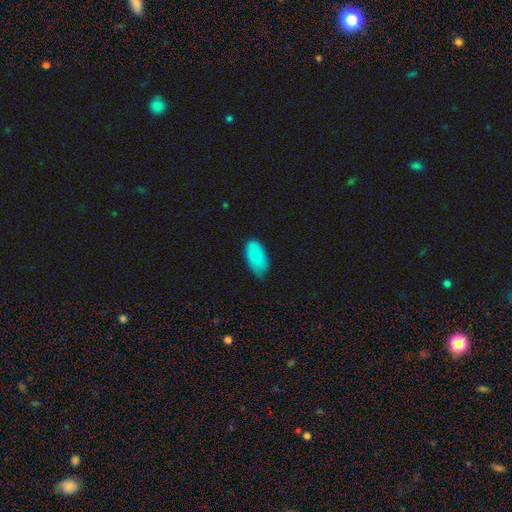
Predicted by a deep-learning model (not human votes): Q: Smooth or featured?
A: smooth (87%); runner-up: featured or disk (7%)
Q: How rounded?
A: in between (94%); runner-up: cigar-shaped (3%)
Q: Merging?
A: none (72%); runner-up: minor disturbance (24%)